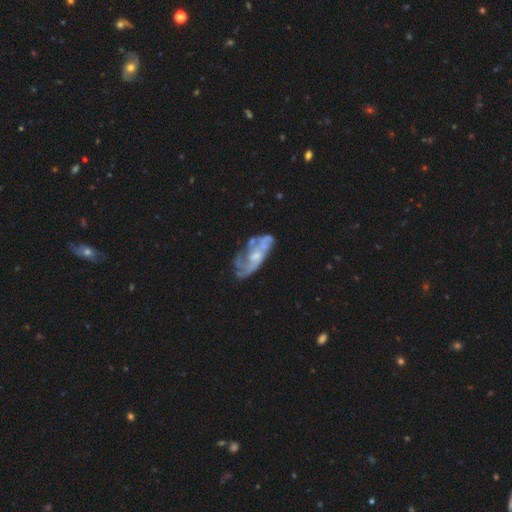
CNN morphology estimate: type=featured or disk (76%); edge-on=no (93%); bar=no (67%); spiral arms=yes (72%); winding=medium (41%); arm count=can't tell (36%); bulge=moderate (42%); merging=none (46%).